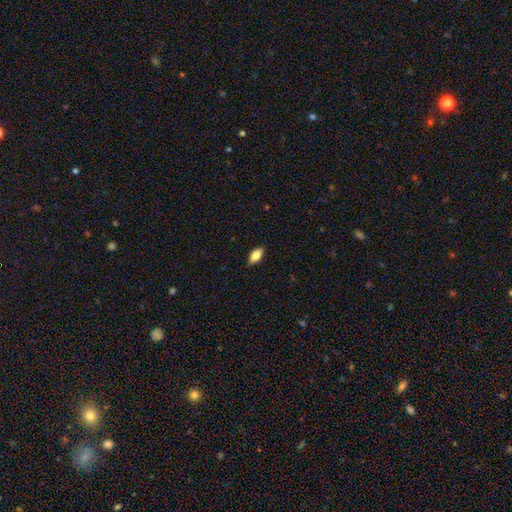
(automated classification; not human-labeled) This is likely a smooth galaxy (79%). How rounded: clearly in between (87%). Merging: clearly none (88%).